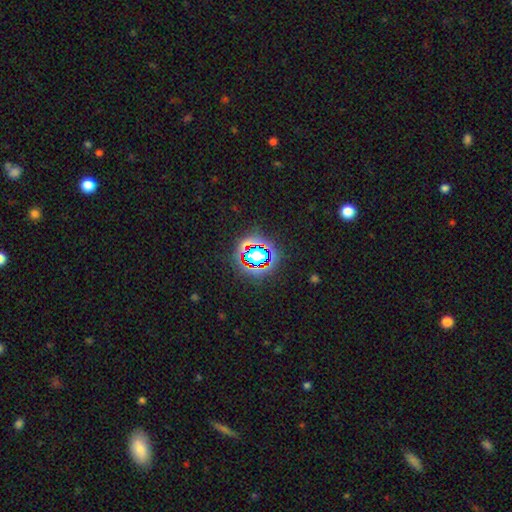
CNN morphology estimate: A star or artifact, not a galaxy (66%).

Vote fractions:
- Smooth or featured? star or artifact: 66% / smooth: 21% / featured or disk: 12%